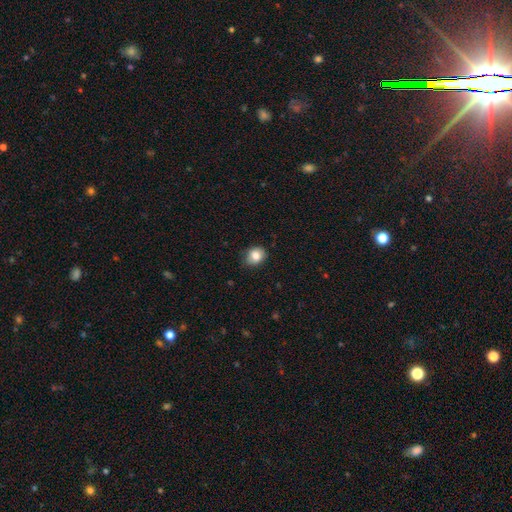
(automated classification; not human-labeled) smooth-or-featured: smooth: 82% | star or artifact: 9% | featured or disk: 9%
  how-rounded: round: 57% | in between: 42% | cigar-shaped: 1%
  merging: none: 78% | minor disturbance: 18% | major disturbance: 3% | merger: 1%